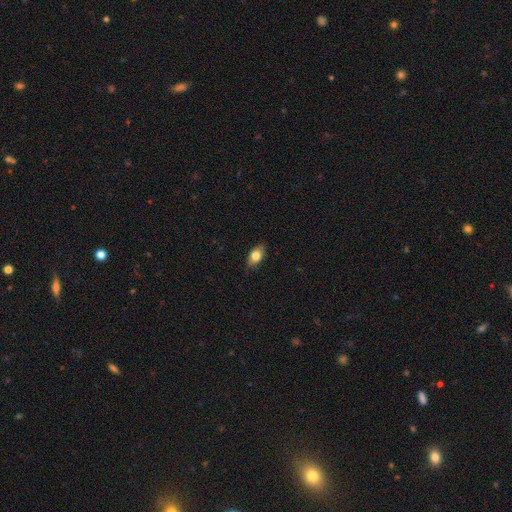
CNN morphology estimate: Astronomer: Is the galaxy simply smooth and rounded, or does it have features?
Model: smooth — 79%.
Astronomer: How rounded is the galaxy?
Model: in between — 89%.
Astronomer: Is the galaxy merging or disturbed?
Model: none — 86%.